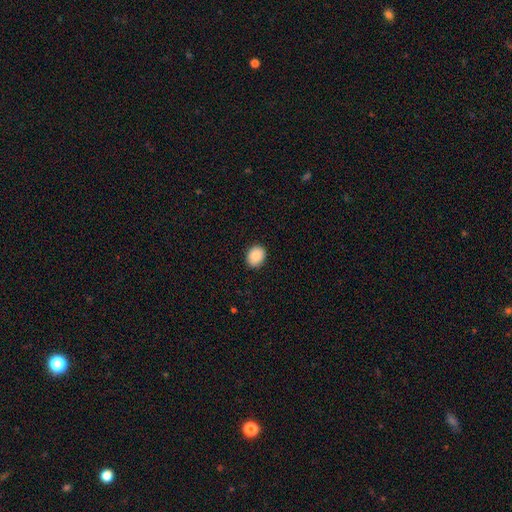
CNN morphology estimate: Smooth or featured?
  - smooth: 89% *
  - star or artifact: 8%
  - featured or disk: 4%
How rounded?
  - in between: 50% *
  - round: 49%
  - cigar-shaped: 1%
Merging?
  - none: 90% *
  - minor disturbance: 8%
  - major disturbance: 2%
  - merger: 1%